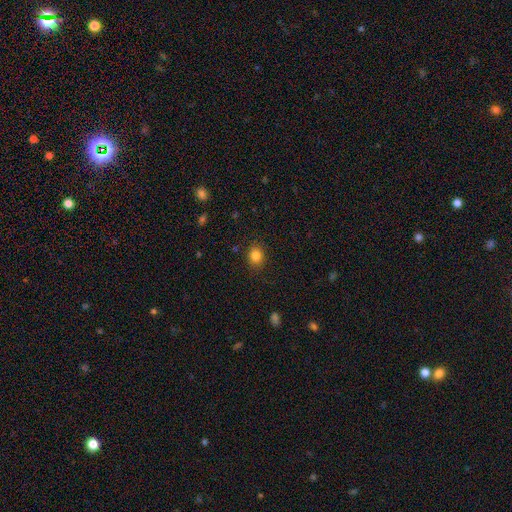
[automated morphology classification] A smooth galaxy with no disk features (83%) that is round (59%).

Vote fractions:
- Smooth or featured? smooth: 83% / star or artifact: 11% / featured or disk: 6%
- How rounded? round: 59% / in between: 40% / cigar-shaped: 1%
- Merging? none: 87% / minor disturbance: 9% / major disturbance: 3% / merger: 1%